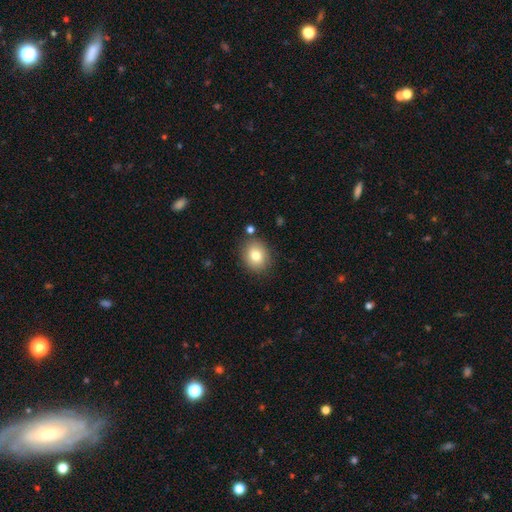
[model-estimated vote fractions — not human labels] smooth_or_featured: smooth (p=0.79) [alt: featured or disk p=0.11]
how_rounded: round (p=0.59) [alt: in between p=0.40]
merging: none (p=0.83) [alt: minor disturbance p=0.11]